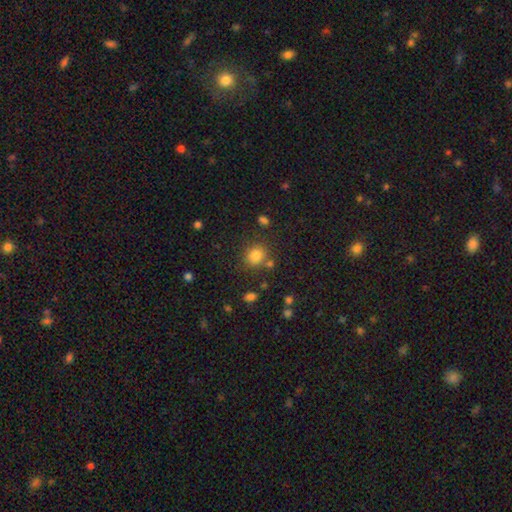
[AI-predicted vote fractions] The model was most divided on "how rounded": round: 80%, in between: 19%, cigar-shaped: 1%. More confident: smooth or featured — smooth (81%); merging — none (76%).